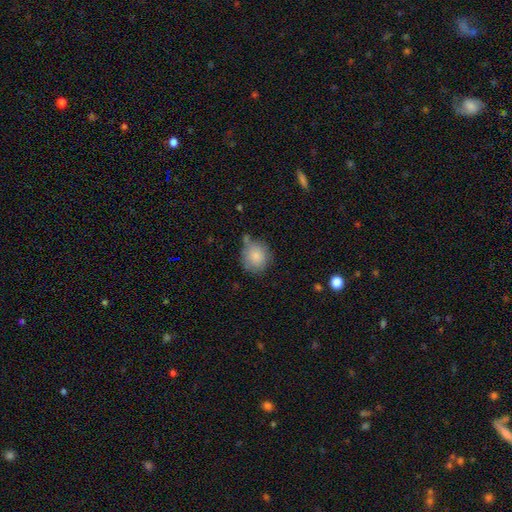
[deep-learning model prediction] smooth-or-featured: smooth: 84% | featured or disk: 8% | star or artifact: 8%
  how-rounded: round: 83% | in between: 16% | cigar-shaped: 1%
  merging: none: 64% | minor disturbance: 22% | merger: 9% | major disturbance: 5%